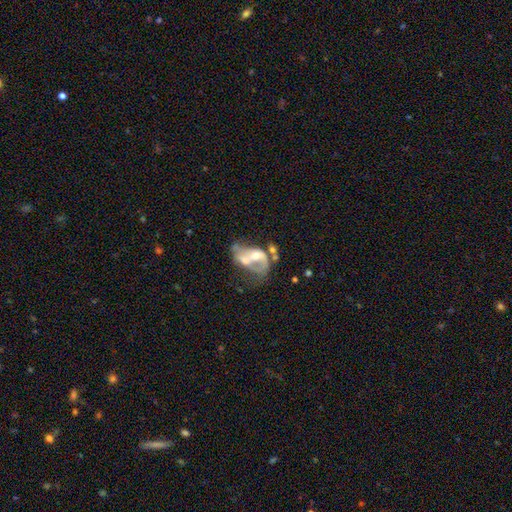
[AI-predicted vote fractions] Smooth or featured?
  - featured or disk: 65% *
  - smooth: 26%
  - star or artifact: 9%
Edge-on disk?
  - no: 97% *
  - yes: 3%
Bar?
  - no: 66% *
  - weak: 25%
  - strong: 9%
Spiral arms?
  - no: 58% *
  - yes: 42%
Bulge size?
  - moderate: 51% *
  - small: 25%
  - none: 12%
  - large: 9%
  - dominant: 2%
Merging?
  - merger: 46% *
  - major disturbance: 25%
  - none: 17%
  - minor disturbance: 12%